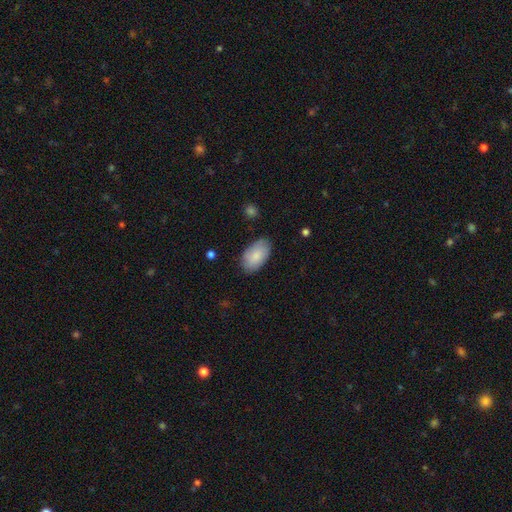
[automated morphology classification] Smooth or featured? Predicted: smooth (p=0.83). How rounded? Predicted: in between (p=0.95). Merging? Predicted: none (p=0.81).